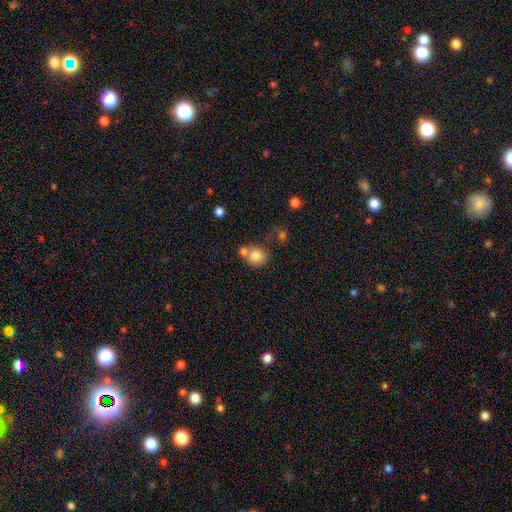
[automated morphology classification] smooth_or_featured: smooth (p=0.80) [alt: star or artifact p=0.10]
how_rounded: round (p=0.79) [alt: in between p=0.20]
merging: none (p=0.50) [alt: merger p=0.35]